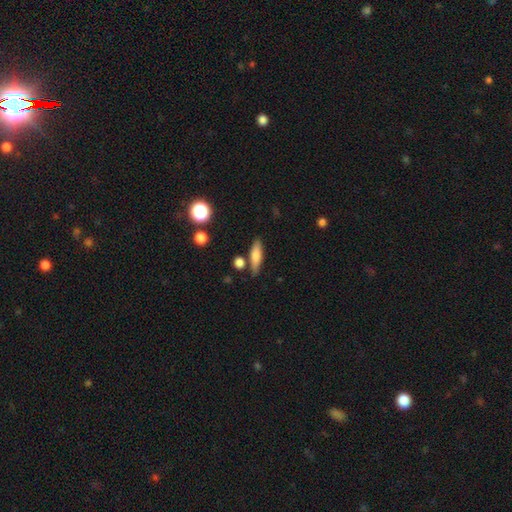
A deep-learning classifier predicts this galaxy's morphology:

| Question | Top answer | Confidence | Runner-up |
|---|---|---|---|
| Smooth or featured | smooth | 73% | featured or disk (20%) |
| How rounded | cigar-shaped | 59% | in between (37%) |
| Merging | none | 77% | minor disturbance (13%) |